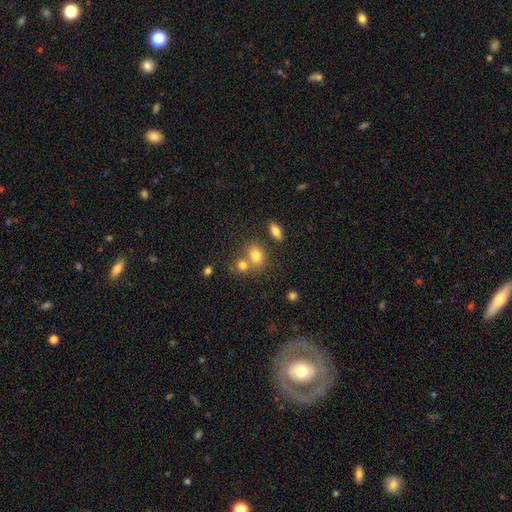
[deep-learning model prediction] A smooth galaxy with no disk features (77%) that is round (51%). Merging: none (47%).